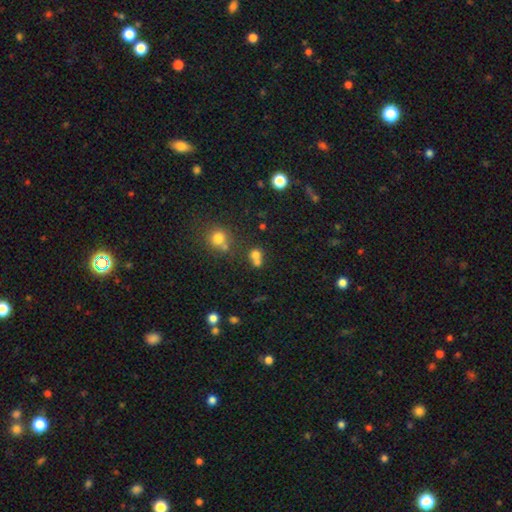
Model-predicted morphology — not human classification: This appears to be a smooth galaxy with no disk features (70%) that is round (70%). Merging: merger (50%).